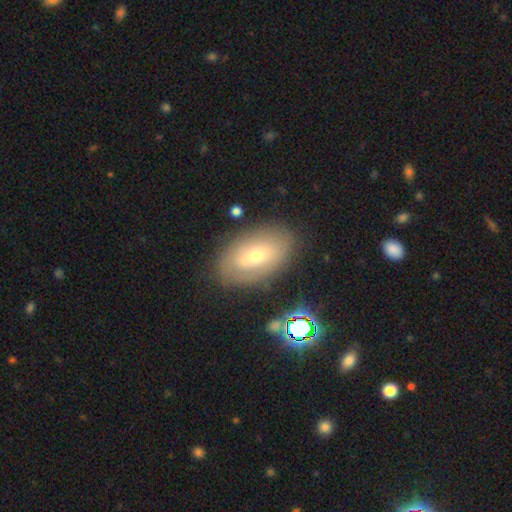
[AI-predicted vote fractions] smooth 46%, featured or disk 43%, star or artifact 11%. Down the decision tree: merging — none (79%).